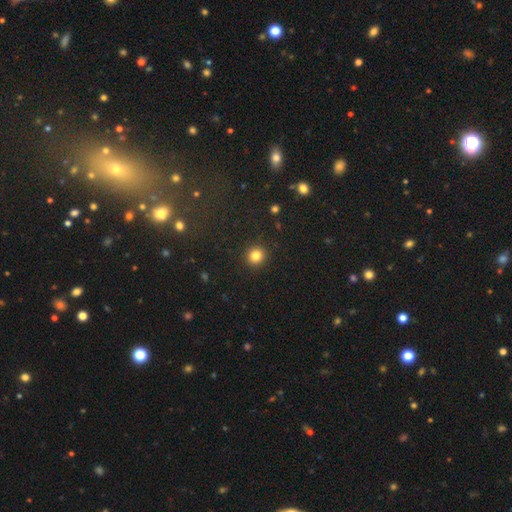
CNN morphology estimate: Smooth or featured? Predicted: smooth (p=0.84). How rounded? Predicted: round (p=0.92). Merging? Predicted: none (p=0.92).